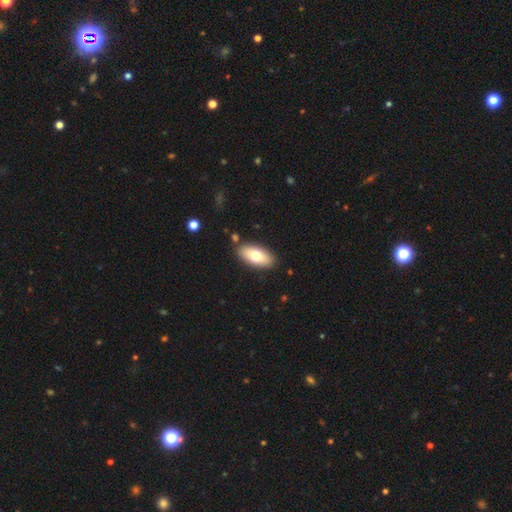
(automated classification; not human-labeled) smooth_or_featured: smooth (p=0.71) [alt: featured or disk p=0.22]
how_rounded: in between (p=0.90) [alt: cigar-shaped p=0.08]
merging: none (p=0.86) [alt: minor disturbance p=0.09]